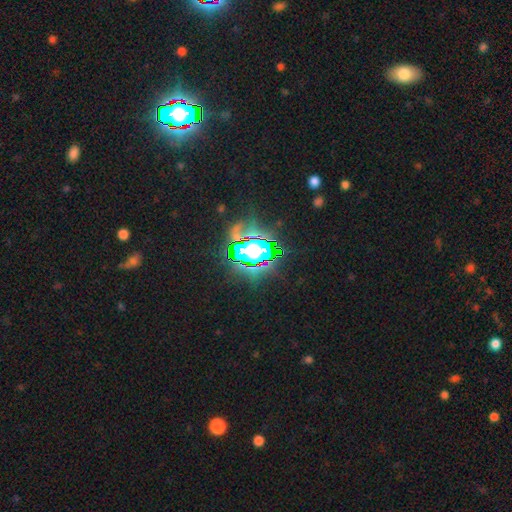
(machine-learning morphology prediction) Smooth or featured?
  - star or artifact: 71% *
  - smooth: 16%
  - featured or disk: 13%